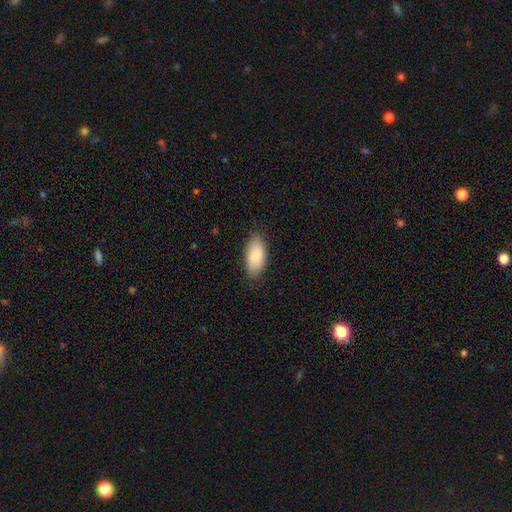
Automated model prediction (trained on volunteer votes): Q: Smooth or featured?
A: smooth (84%); runner-up: featured or disk (10%)
Q: How rounded?
A: in between (92%); runner-up: cigar-shaped (5%)
Q: Merging?
A: none (84%); runner-up: minor disturbance (13%)